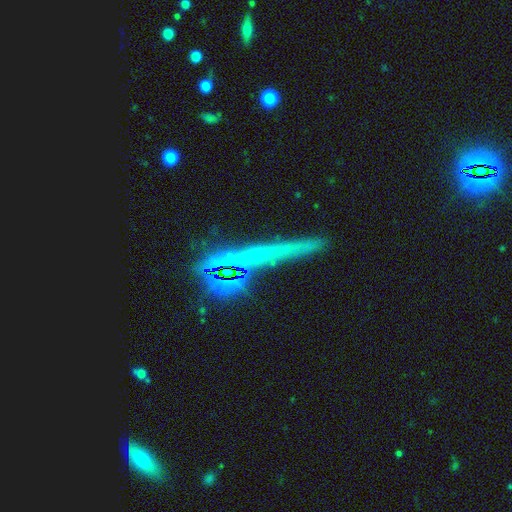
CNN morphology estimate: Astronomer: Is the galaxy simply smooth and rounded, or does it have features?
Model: featured or disk — 40% (runner-up: star or artifact, 32%).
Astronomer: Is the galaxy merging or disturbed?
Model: none — 73%.